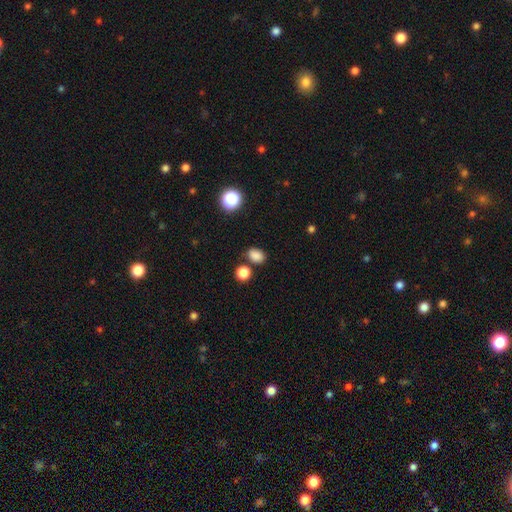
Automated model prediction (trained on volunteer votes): Smooth or featured? Predicted: smooth (p=0.84). How rounded? Predicted: in between (p=0.68). Merging? Predicted: none (p=0.76).